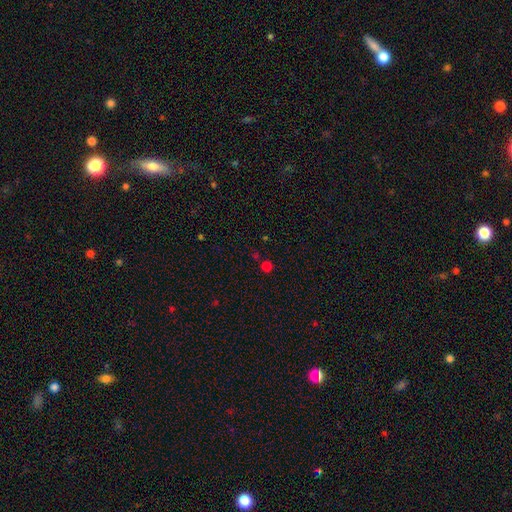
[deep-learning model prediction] This is likely a smooth galaxy (62%). How rounded: clearly round (89%). Merging: likely none (77%).